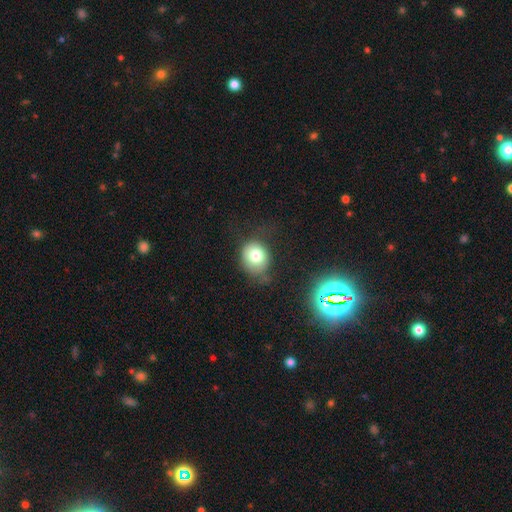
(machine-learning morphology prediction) This is likely a smooth galaxy (75%). How rounded: likely round (75%). Merging: likely none (63%).